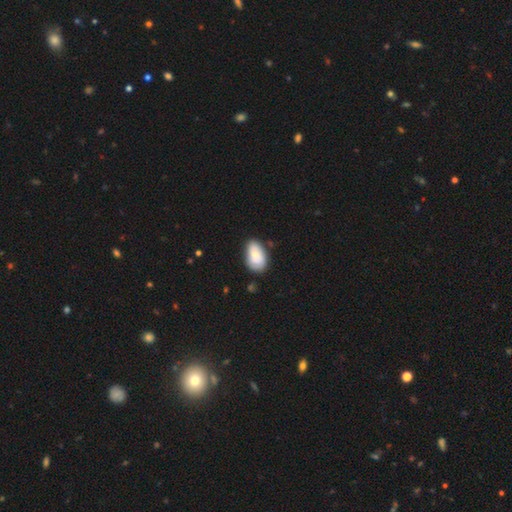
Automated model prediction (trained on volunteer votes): smooth 64%, featured or disk 30%, star or artifact 7%. Down the decision tree: how rounded — in between (91%); merging — none (65%).